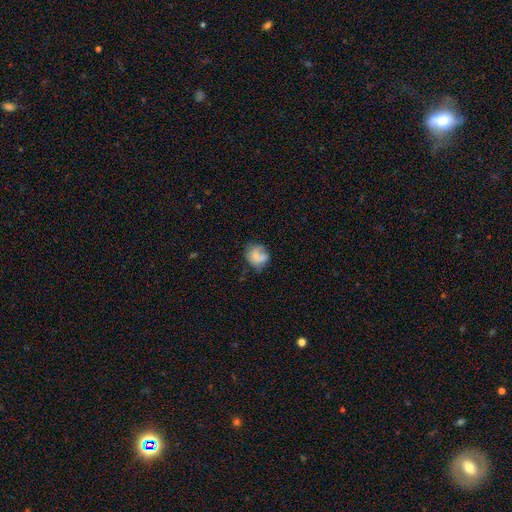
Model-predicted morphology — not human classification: This is likely a smooth galaxy (62%). How rounded: likely round (68%). Merging: possibly none (48%).